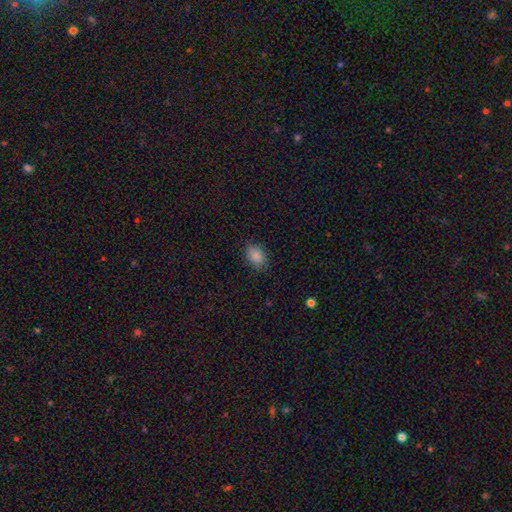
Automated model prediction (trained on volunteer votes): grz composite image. It shows a smooth galaxy with no disk features (87%) that is in between round and cigar-shaped (77%). Merging: none (85%).